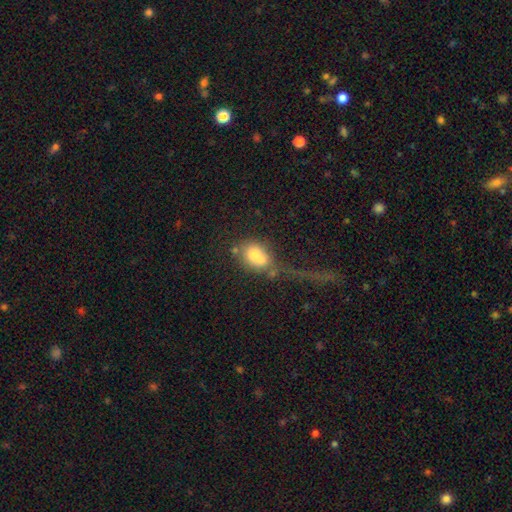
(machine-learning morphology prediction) Q: Smooth or featured?
A: smooth (70%); runner-up: featured or disk (19%)
Q: How rounded?
A: in between (68%); runner-up: round (29%)
Q: Merging?
A: merger (35%); runner-up: none (28%)